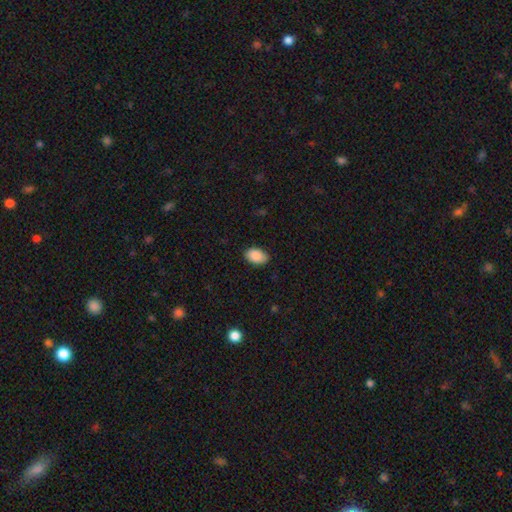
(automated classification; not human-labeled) The model was most divided on "merging": none: 84%, minor disturbance: 13%, major disturbance: 2%, merger: 1%. More confident: how rounded — in between (90%); smooth or featured — smooth (90%).